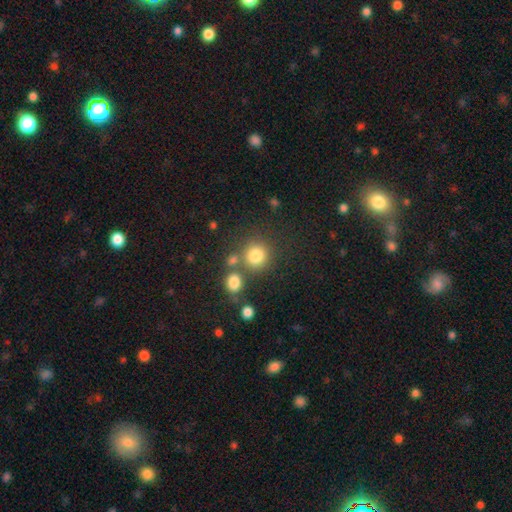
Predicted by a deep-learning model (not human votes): A smooth galaxy with no disk features (80%) that is round (88%). Merging: none (68%).